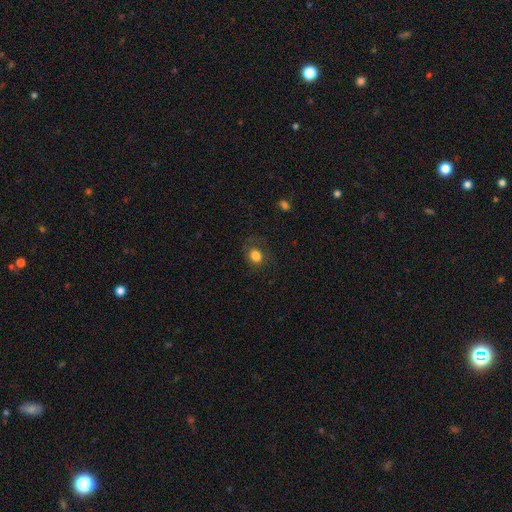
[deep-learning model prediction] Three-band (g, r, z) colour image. It shows a smooth galaxy with no disk features (80%) that is round (54%). Merging: none (69%).